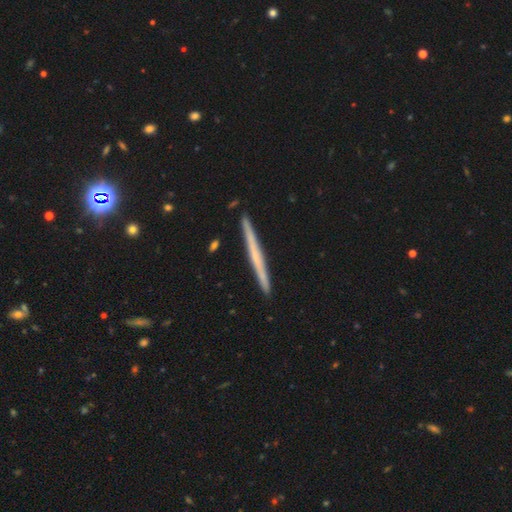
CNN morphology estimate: This appears to be a featured or disk galaxy (55%) viewed edge-on (97%) with no central bulge (79%). Merging: none (92%).